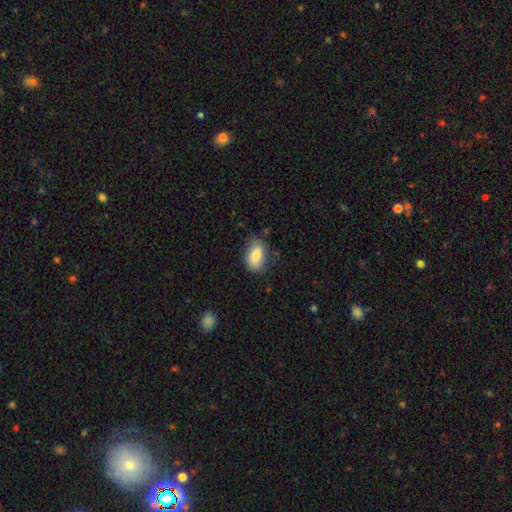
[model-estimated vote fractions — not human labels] Smooth or featured: smooth — 82% (featured or disk — 11%)
How rounded: in between — 89% (round — 9%)
Merging: none — 75% (minor disturbance — 19%)